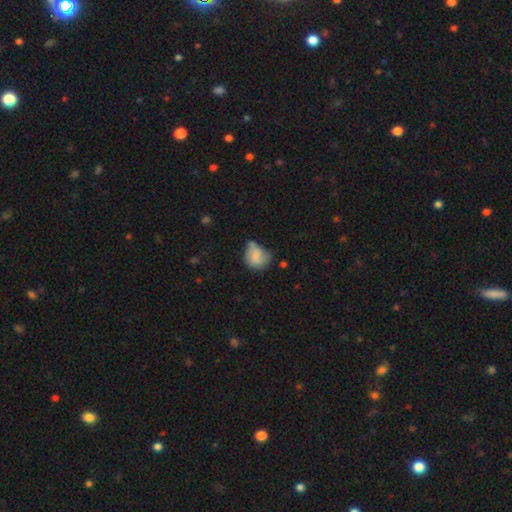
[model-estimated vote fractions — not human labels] A smooth galaxy with no disk features (67%) that is round (54%). Merging: minor disturbance (36%).